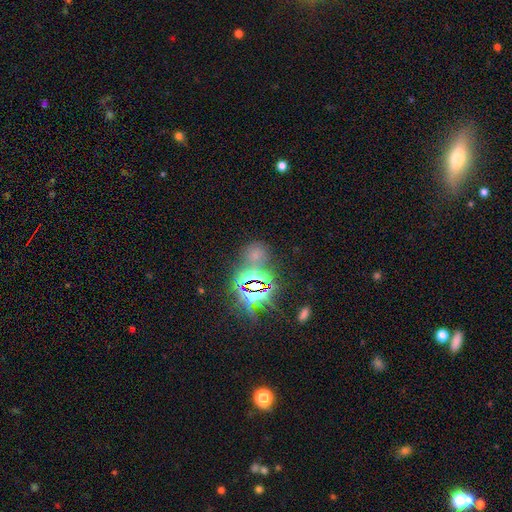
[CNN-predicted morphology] type=star or artifact (61%).